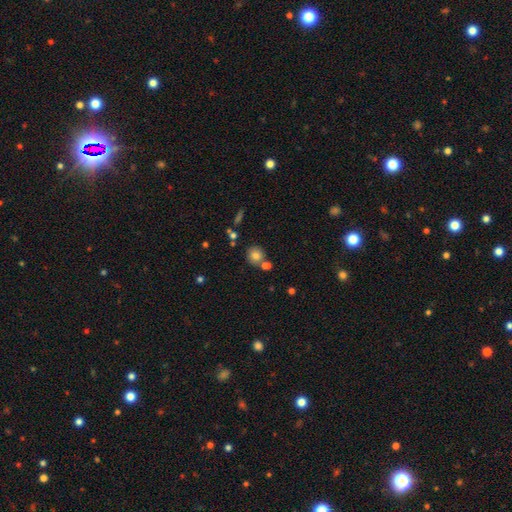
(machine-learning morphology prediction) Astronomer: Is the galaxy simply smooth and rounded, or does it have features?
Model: smooth — 78%.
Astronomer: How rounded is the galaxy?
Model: round — 85%.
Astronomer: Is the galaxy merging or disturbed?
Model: none — 66%.